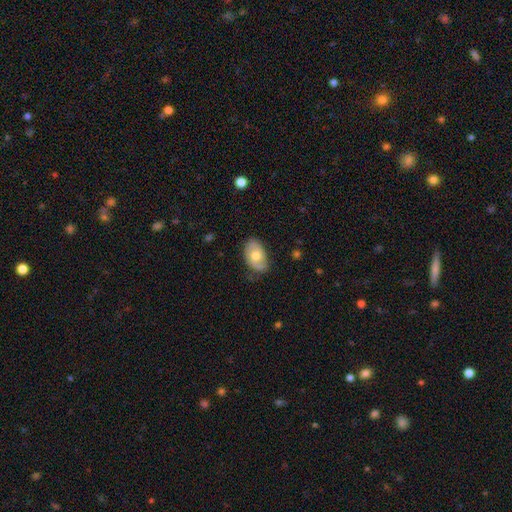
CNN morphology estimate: This is possibly a smooth galaxy (56%). How rounded: clearly in between (90%). Merging: likely none (68%).